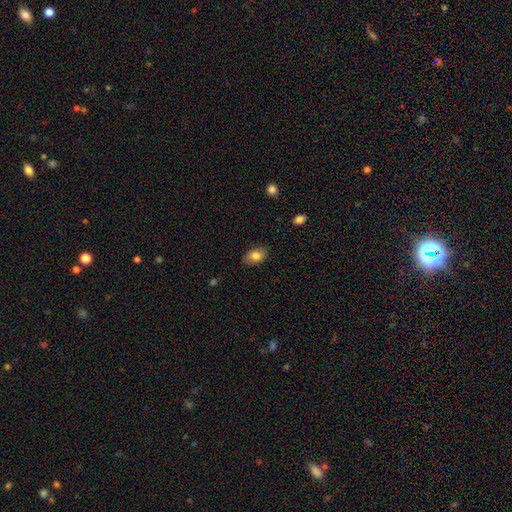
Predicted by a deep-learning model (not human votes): Smooth or featured: smooth — 81% (featured or disk — 11%)
How rounded: in between — 88% (round — 10%)
Merging: none — 86% (minor disturbance — 11%)